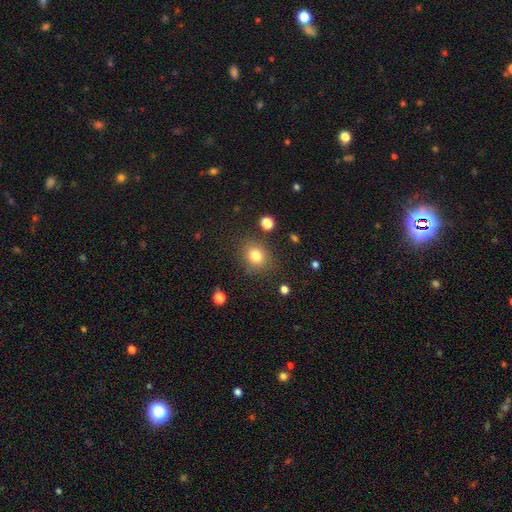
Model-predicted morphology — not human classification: A smooth galaxy with no disk features (81%) that is round (71%). Merging: none (83%).